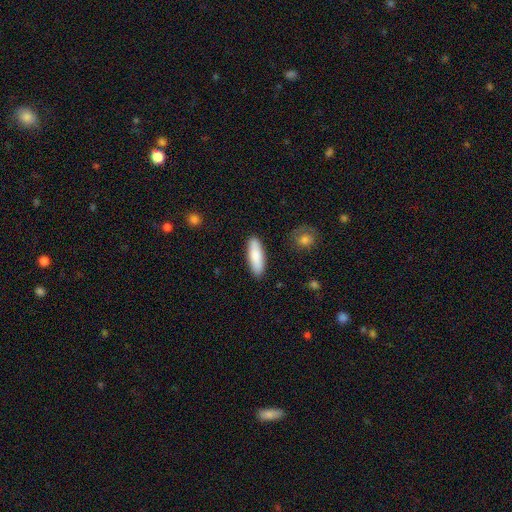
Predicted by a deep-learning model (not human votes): Q: Smooth or featured?
A: smooth (84%); runner-up: featured or disk (10%)
Q: How rounded?
A: in between (50%); runner-up: cigar-shaped (48%)
Q: Merging?
A: none (88%); runner-up: minor disturbance (8%)